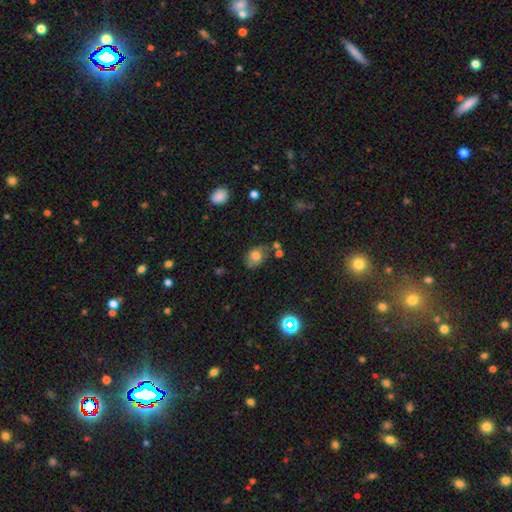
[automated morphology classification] The model was most divided on "how rounded": in between: 61%, round: 38%, cigar-shaped: 1%. More confident: smooth or featured — smooth (70%); merging — none (56%).